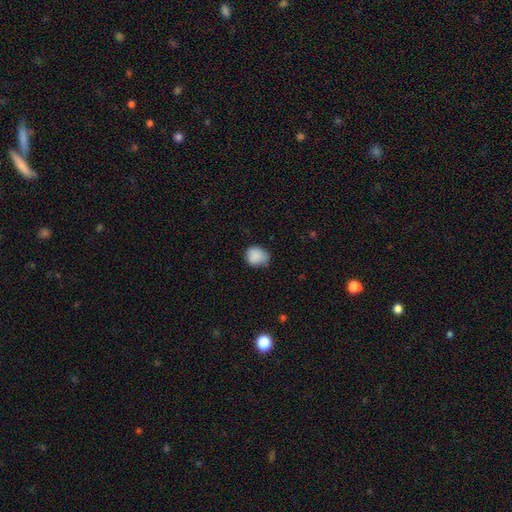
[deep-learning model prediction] Overall: smooth (87%). How rounded: round (68%; in between 31%). Merging: none (63%; minor disturbance 30%).